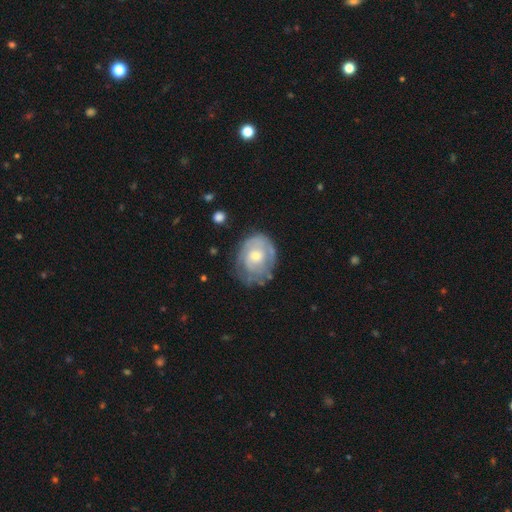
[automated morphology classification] Overall: featured or disk (65%; smooth 29%). Edge-on disk: no (97%). Bar: no (79%). Spiral arms: yes (66%; no 34%). Bulge size: moderate (48%; small 46%). Merging: none (63%; minor disturbance 24%).